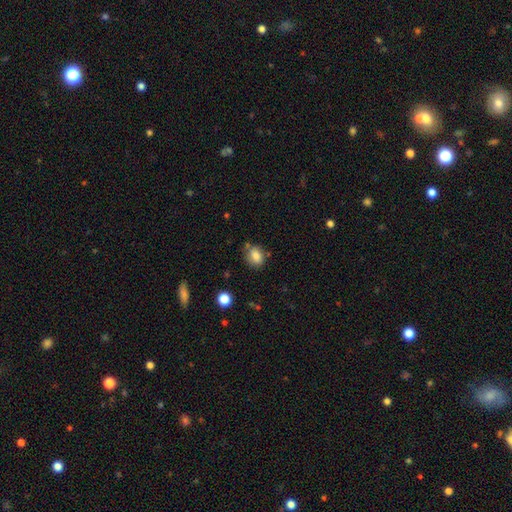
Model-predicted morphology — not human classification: Smooth or featured: smooth — 82% (star or artifact — 10%)
How rounded: in between — 56% (round — 43%)
Merging: none — 69% (minor disturbance — 19%)